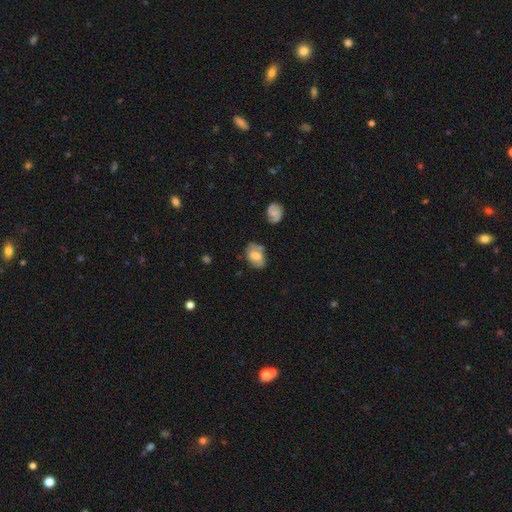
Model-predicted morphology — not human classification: Smooth or featured: smooth — 58% (featured or disk — 33%)
How rounded: in between — 82% (round — 16%)
Merging: none — 52% (minor disturbance — 30%)